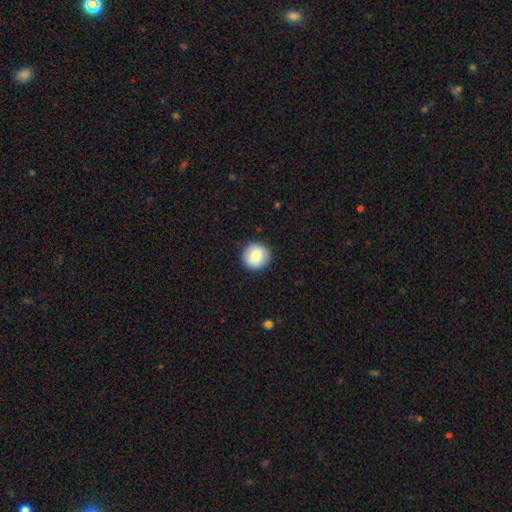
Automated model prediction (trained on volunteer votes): The model was most divided on "smooth or featured": smooth: 82%, featured or disk: 11%, star or artifact: 7%. More confident: how rounded — round (94%); merging — none (91%).